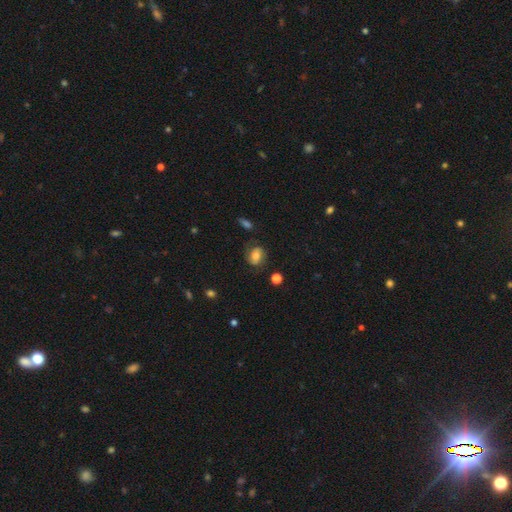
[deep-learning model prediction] Smooth or featured: smooth — 59% (featured or disk — 31%)
How rounded: in between — 64% (round — 34%)
Merging: none — 71% (minor disturbance — 19%)